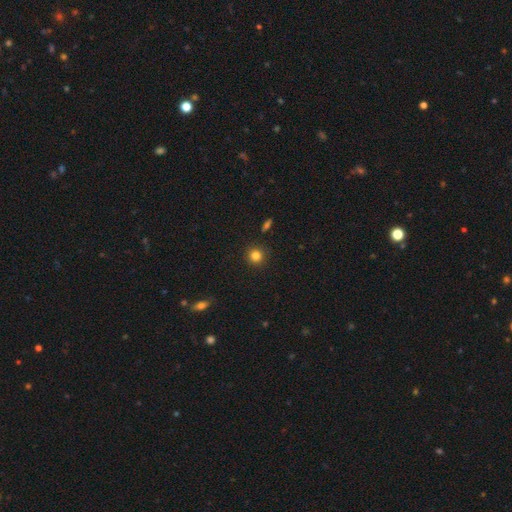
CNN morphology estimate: This appears to be a smooth galaxy with no disk features (83%) that is round (93%). Merging: none (91%).